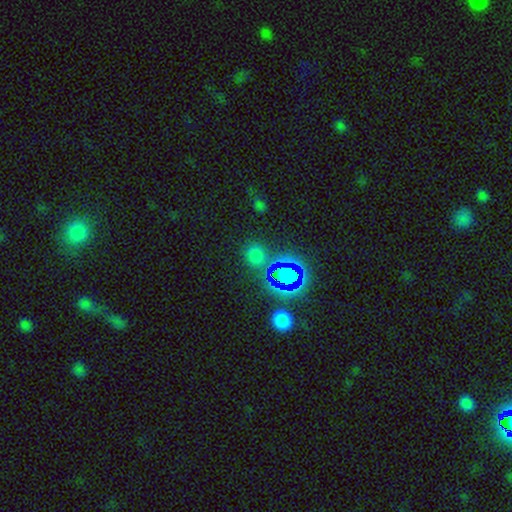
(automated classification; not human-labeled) smooth-or-featured: smooth: 53% | star or artifact: 39% | featured or disk: 7%
  how-rounded: round: 76% | in between: 22% | cigar-shaped: 2%
  merging: none: 76% | minor disturbance: 11% | merger: 7% | major disturbance: 6%